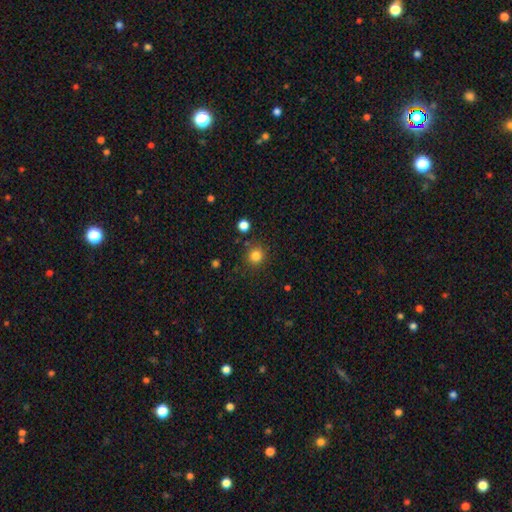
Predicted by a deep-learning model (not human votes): smooth_or_featured: smooth (p=0.82) [alt: star or artifact p=0.13]
how_rounded: round (p=0.90) [alt: in between p=0.09]
merging: none (p=0.85) [alt: minor disturbance p=0.08]